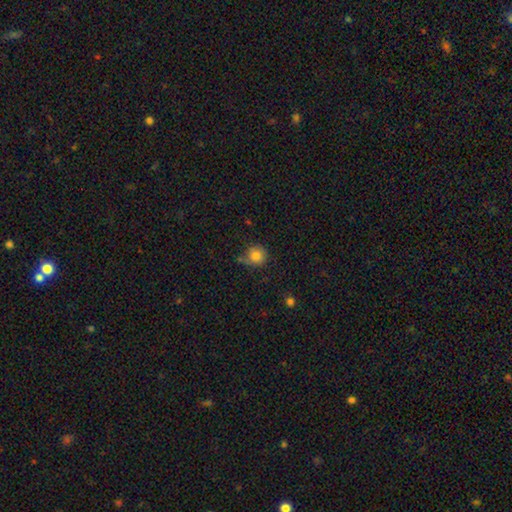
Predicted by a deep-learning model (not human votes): This appears to be a smooth galaxy with no disk features (82%) that is round (89%). Merging: none (63%).